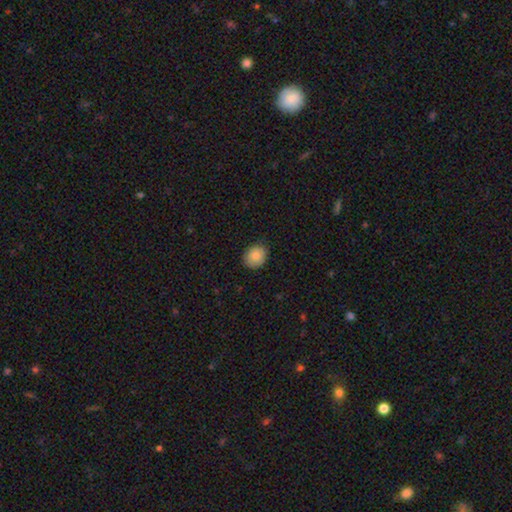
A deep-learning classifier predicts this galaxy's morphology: Overall: smooth (83%). How rounded: round (62%; in between 37%). Merging: none (82%).